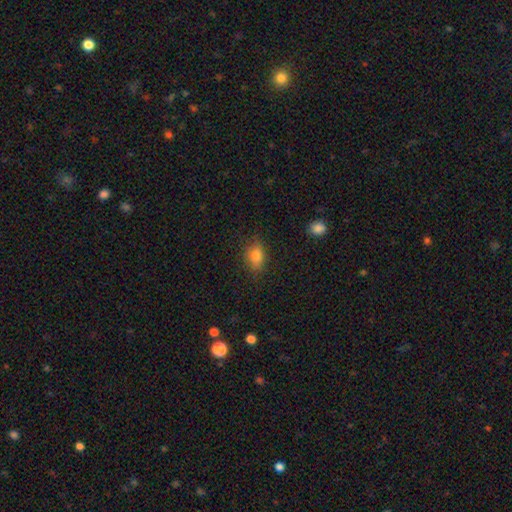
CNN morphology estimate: Smooth or featured?
  - smooth: 78% *
  - featured or disk: 11%
  - star or artifact: 11%
How rounded?
  - in between: 81% *
  - round: 13%
  - cigar-shaped: 6%
Merging?
  - none: 81% *
  - minor disturbance: 14%
  - major disturbance: 3%
  - merger: 1%